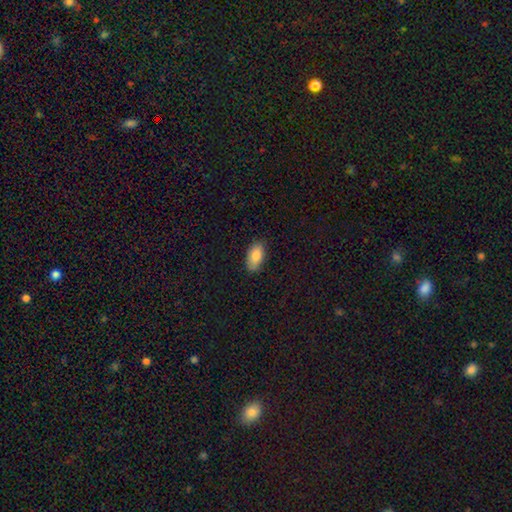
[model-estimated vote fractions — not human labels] This appears to be a smooth galaxy with no disk features (85%) that is in between round and cigar-shaped (93%). Merging: none (84%).